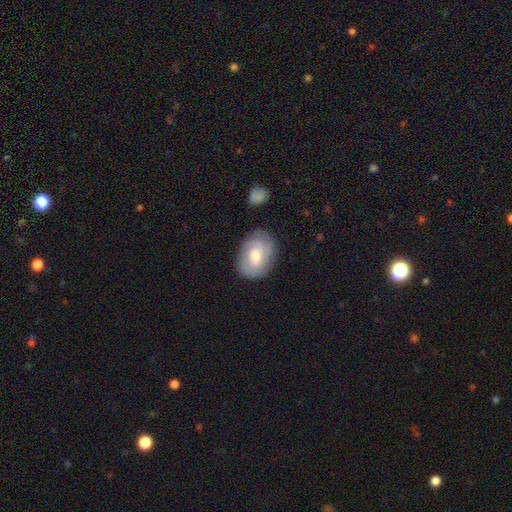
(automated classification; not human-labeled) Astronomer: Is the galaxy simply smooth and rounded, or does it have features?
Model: featured or disk — 59% (runner-up: smooth, 35%).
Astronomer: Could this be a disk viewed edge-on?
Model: no — 96%.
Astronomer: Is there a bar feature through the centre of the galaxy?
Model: no — 52% (runner-up: weak, 40%).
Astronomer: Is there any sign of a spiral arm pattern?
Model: yes — 84%.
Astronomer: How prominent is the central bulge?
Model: moderate — 59%.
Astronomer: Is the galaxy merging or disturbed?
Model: none — 79%.